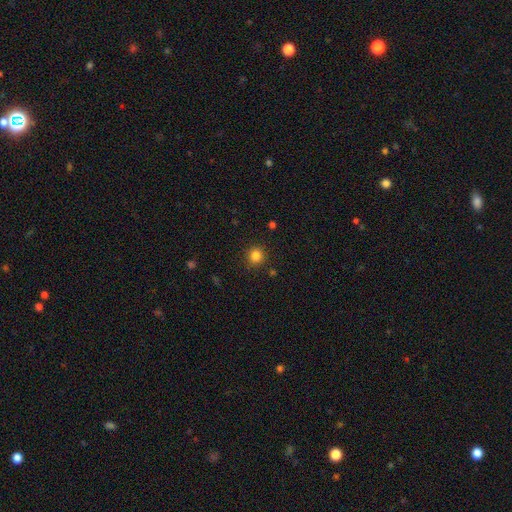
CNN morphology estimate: Q: Smooth or featured?
A: smooth (83%); runner-up: star or artifact (12%)
Q: How rounded?
A: round (90%); runner-up: in between (9%)
Q: Merging?
A: none (89%); runner-up: minor disturbance (7%)